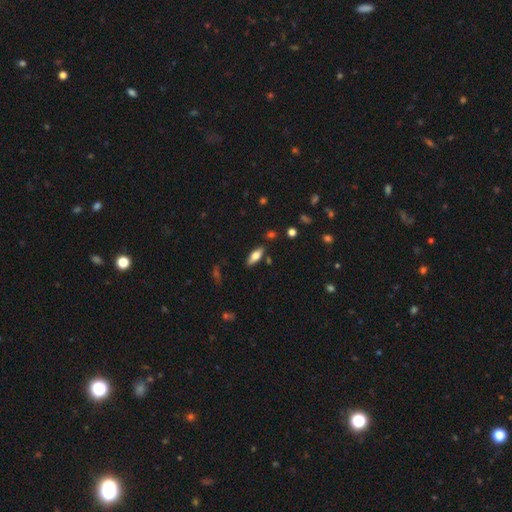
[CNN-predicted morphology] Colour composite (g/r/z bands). It shows a smooth galaxy with no disk features (66%) that is in between round and cigar-shaped (68%). Merging: none (83%).